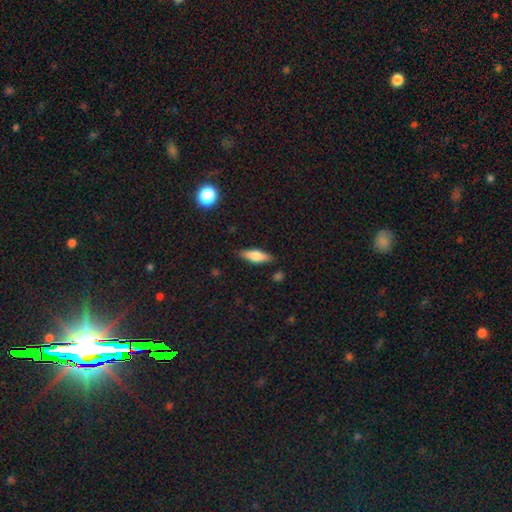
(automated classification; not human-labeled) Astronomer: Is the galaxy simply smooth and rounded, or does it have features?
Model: smooth — 66%.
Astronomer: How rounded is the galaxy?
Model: in between — 55% (runner-up: cigar-shaped, 43%).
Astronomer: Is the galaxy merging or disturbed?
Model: none — 84%.